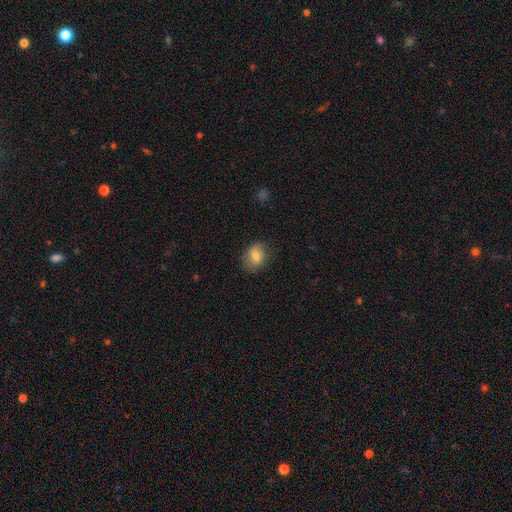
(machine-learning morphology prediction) A smooth galaxy with no disk features (78%) that is in between round and cigar-shaped (57%). Merging: none (77%).